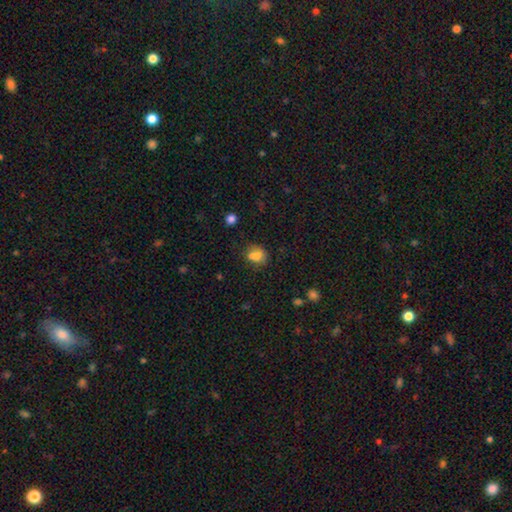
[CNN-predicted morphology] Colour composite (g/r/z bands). It shows a smooth galaxy with no disk features (77%) that is in between round and cigar-shaped (56%). Merging: none (58%).